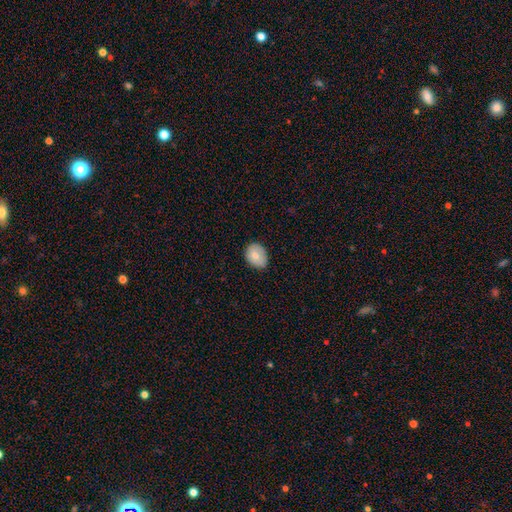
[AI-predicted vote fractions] Smooth or featured? Predicted: smooth (p=0.75). How rounded? Predicted: in between (p=0.63). Merging? Predicted: none (p=0.79).